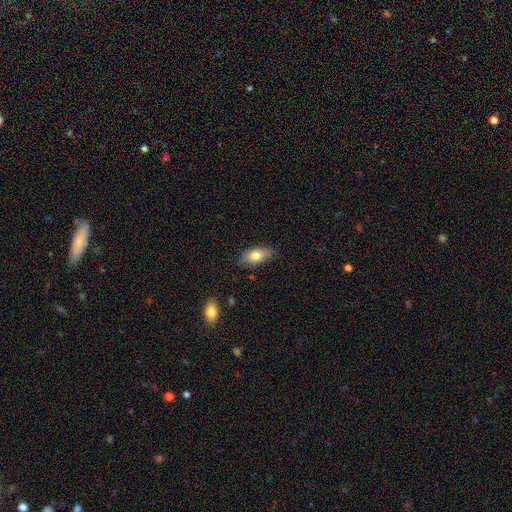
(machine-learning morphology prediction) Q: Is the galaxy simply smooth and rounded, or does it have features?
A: smooth — 73%.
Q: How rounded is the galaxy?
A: in between — 87%.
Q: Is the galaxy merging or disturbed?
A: none — 79%.